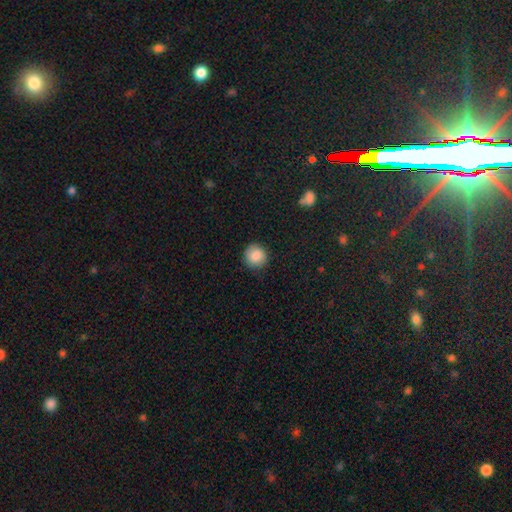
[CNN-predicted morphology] Overall: smooth (87%). How rounded: round (92%). Merging: none (89%).